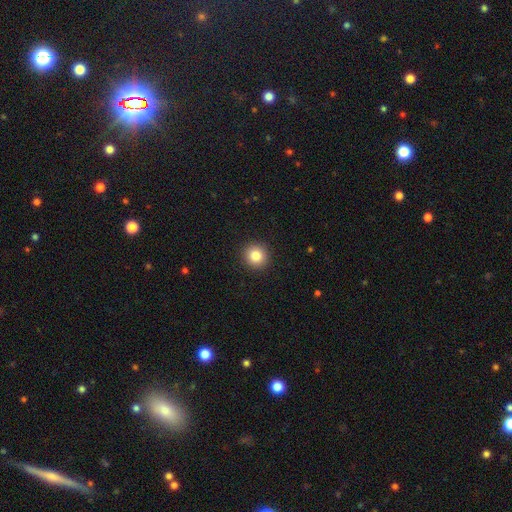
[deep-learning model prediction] smooth_or_featured: smooth (p=0.85) [alt: star or artifact p=0.10]
how_rounded: round (p=0.92) [alt: in between p=0.07]
merging: none (p=0.92) [alt: minor disturbance p=0.05]